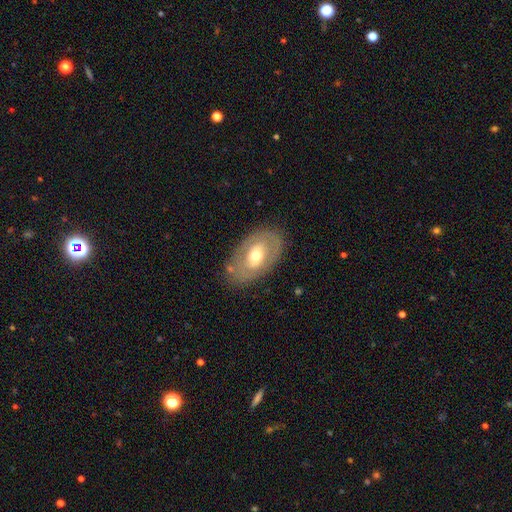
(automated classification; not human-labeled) The model was most divided on "smooth or featured": featured or disk: 48%, smooth: 45%, star or artifact: 6%. More confident: merging — none (77%).